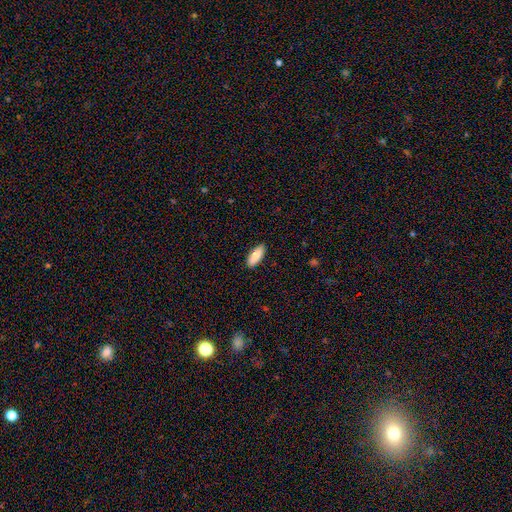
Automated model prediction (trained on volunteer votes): smooth-or-featured: smooth: 86% | featured or disk: 8% | star or artifact: 6%
  how-rounded: in between: 76% | cigar-shaped: 23% | round: 2%
  merging: none: 89% | minor disturbance: 8% | major disturbance: 2% | merger: 1%